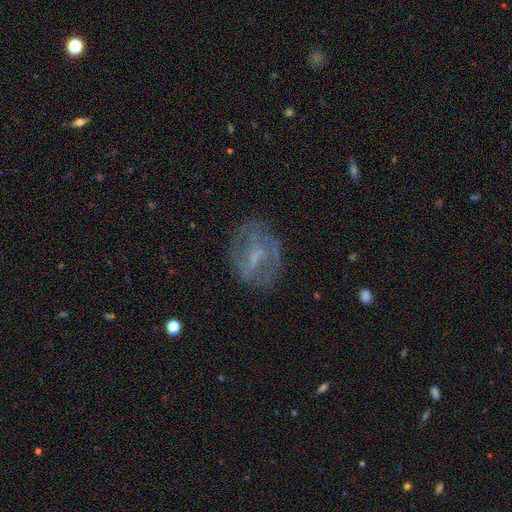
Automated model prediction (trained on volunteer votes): Smooth or featured: featured or disk — 64% (smooth — 26%)
Edge-on disk: no — 95% (yes — 5%)
Bar: weak — 49% (no — 28%)
Spiral arms: yes — 64% (no — 36%)
Bulge size: small — 43% (none — 30%)
Merging: none — 68% (minor disturbance — 18%)